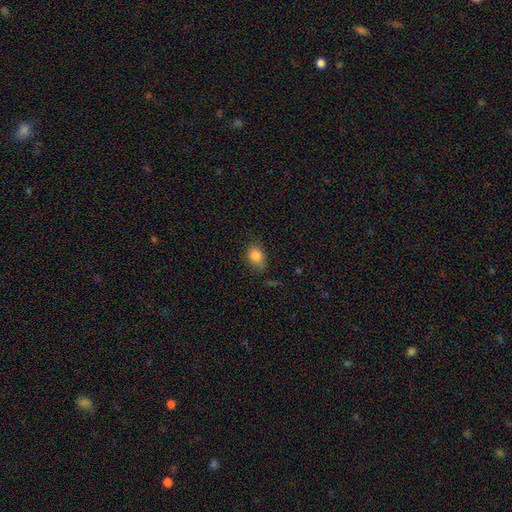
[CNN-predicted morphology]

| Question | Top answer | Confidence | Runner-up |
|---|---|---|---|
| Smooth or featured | smooth | 84% | star or artifact (10%) |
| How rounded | in between | 61% | round (37%) |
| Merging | none | 67% | minor disturbance (25%) |